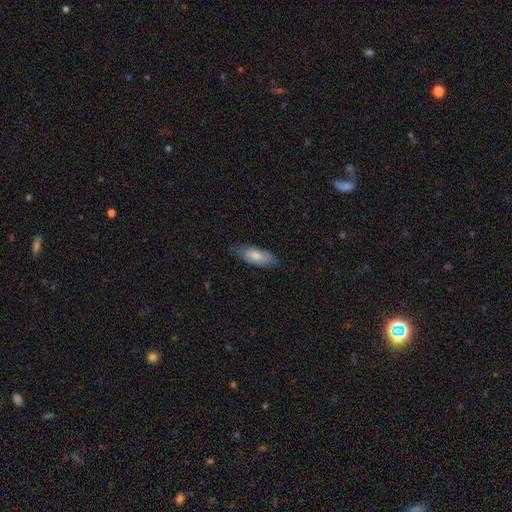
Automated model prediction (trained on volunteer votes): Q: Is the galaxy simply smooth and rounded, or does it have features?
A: smooth — 80%.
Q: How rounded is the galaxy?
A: in between — 76%.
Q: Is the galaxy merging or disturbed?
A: none — 73%.